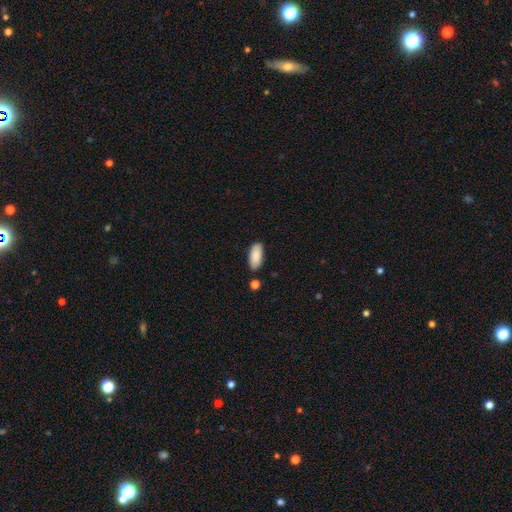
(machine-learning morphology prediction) Overall: smooth (88%). How rounded: in between (87%). Merging: none (82%).